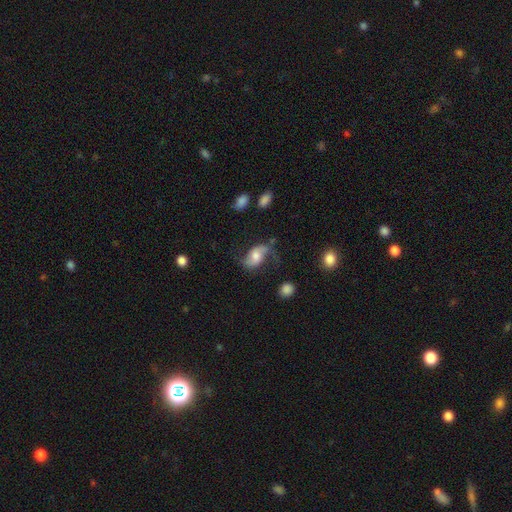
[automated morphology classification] A featured or disk galaxy (58%) with no bar (51%), spiral arms (87%) and a moderate central bulge (55%).

Vote fractions:
- Smooth or featured? featured or disk: 58% / smooth: 34% / star or artifact: 8%
- Edge-on disk? no: 95% / yes: 5%
- Bar? no: 51% / weak: 35% / strong: 13%
- Spiral arms? yes: 87% / no: 13%
- Bulge size? moderate: 55% / large: 21% / small: 18% / none: 4% / dominant: 3%
- Merging? none: 54% / minor disturbance: 25% / major disturbance: 17% / merger: 4%